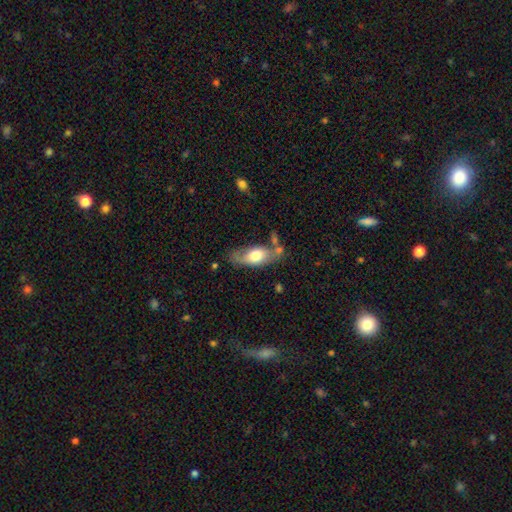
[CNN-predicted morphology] Smooth or featured?
  - smooth: 60% *
  - featured or disk: 34%
  - star or artifact: 6%
How rounded?
  - in between: 84% *
  - cigar-shaped: 12%
  - round: 4%
Merging?
  - none: 54% *
  - minor disturbance: 24%
  - merger: 12%
  - major disturbance: 10%